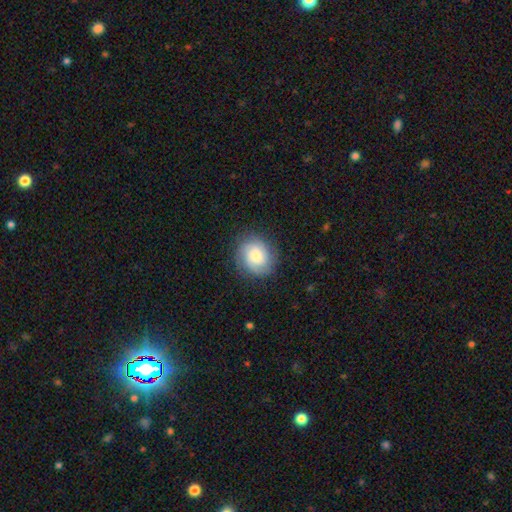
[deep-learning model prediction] This appears to be a smooth galaxy with no disk features (56%) that is round (73%). Merging: none (82%).